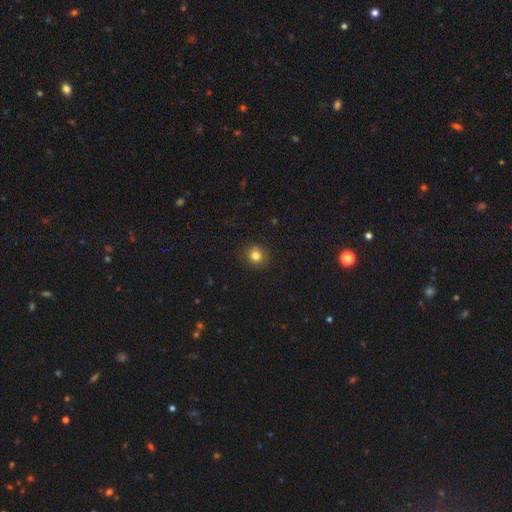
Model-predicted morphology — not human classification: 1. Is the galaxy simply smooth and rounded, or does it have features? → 82% smooth, 12% star or artifact, 6% featured or disk.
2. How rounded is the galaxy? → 82% round, 17% in between, 1% cigar-shaped.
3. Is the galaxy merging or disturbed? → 88% none, 9% minor disturbance, 2% major disturbance, 1% merger.